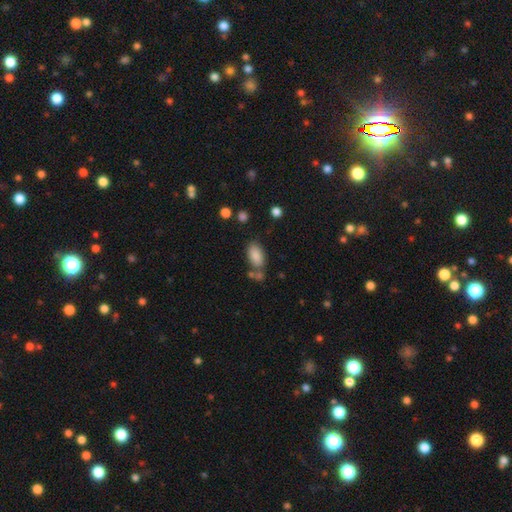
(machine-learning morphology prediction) A smooth galaxy with no disk features (86%) that is in between round and cigar-shaped (93%). Merging: none (63%).